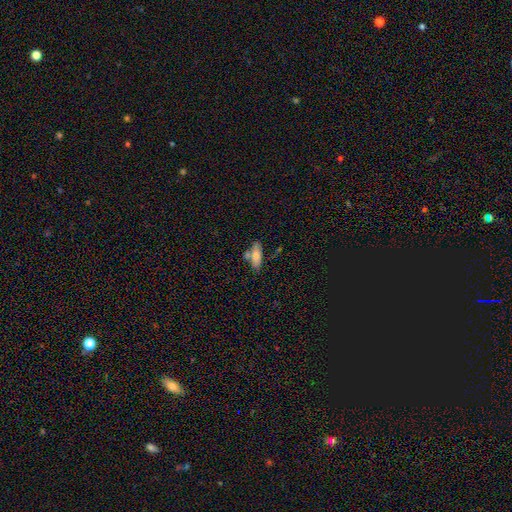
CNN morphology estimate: smooth_or_featured: smooth (p=0.70) [alt: featured or disk p=0.23]
how_rounded: in between (p=0.72) [alt: cigar-shaped p=0.25]
merging: none (p=0.64) [alt: merger p=0.17]